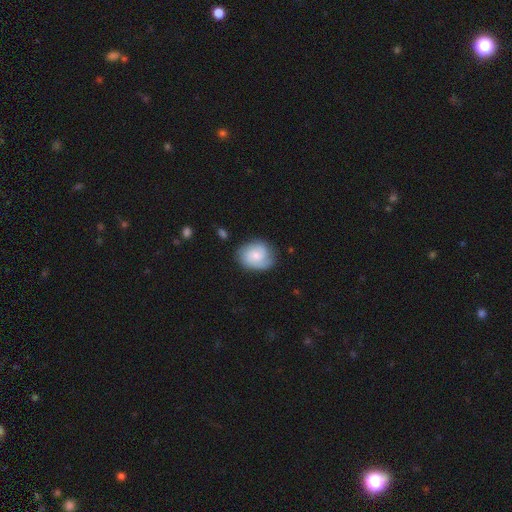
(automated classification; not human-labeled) This is possibly a featured or disk galaxy (57%). It is clearly not viewed edge-on (98%). Bar: likely no (66%). Spiral arm pattern: clearly yes (91%). Spiral arm count: marginally 2 (45%). Spiral winding: possibly tight (50%). Central bulge: possibly small (51%). Merging: likely none (74%).